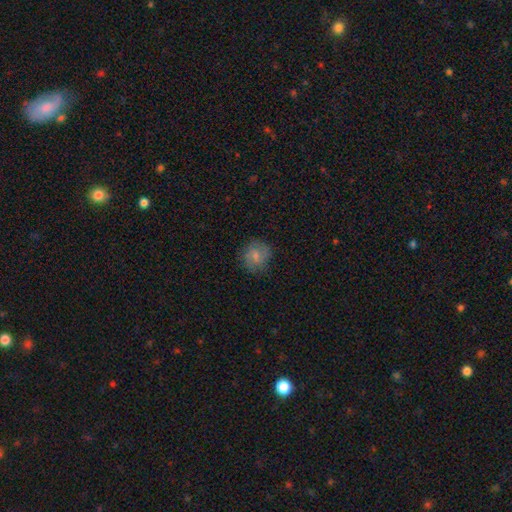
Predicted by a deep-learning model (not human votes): smooth-or-featured: smooth: 69% | featured or disk: 23% | star or artifact: 8%
  how-rounded: round: 84% | in between: 15% | cigar-shaped: 1%
  merging: none: 78% | minor disturbance: 16% | major disturbance: 5% | merger: 1%